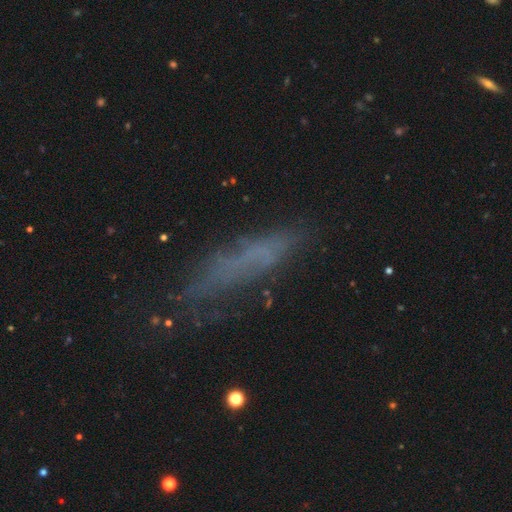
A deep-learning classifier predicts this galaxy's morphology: This appears to be a smooth galaxy with no disk features (46%). Merging: none (57%).